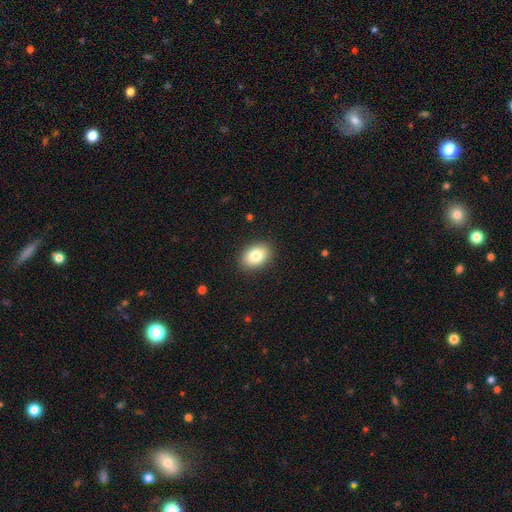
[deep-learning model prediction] Morphology: type=smooth (83%); roundness=in between (81%); merging=none (89%).